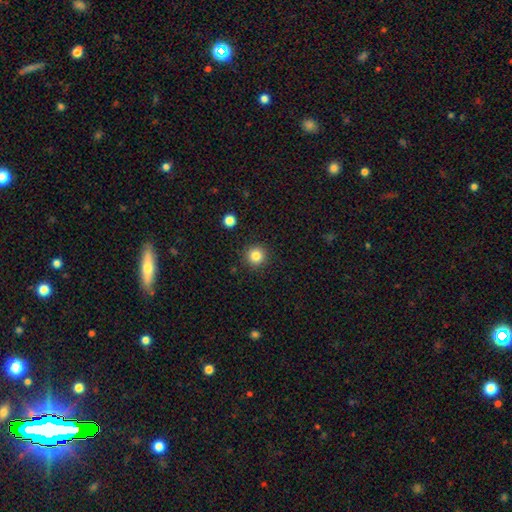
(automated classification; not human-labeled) This appears to be a smooth galaxy with no disk features (83%) that is round (95%). Merging: none (91%).